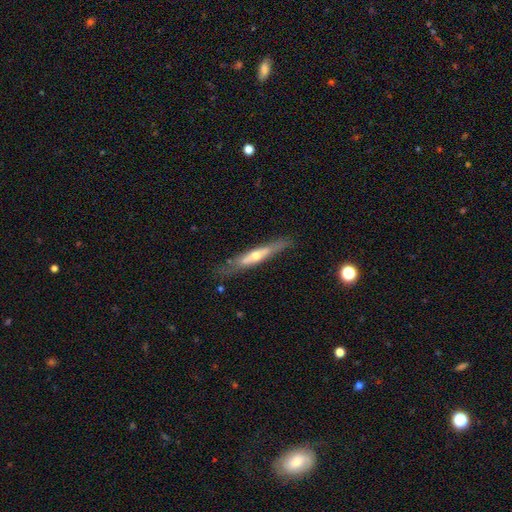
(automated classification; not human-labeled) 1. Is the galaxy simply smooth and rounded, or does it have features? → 61% featured or disk, 33% smooth, 6% star or artifact.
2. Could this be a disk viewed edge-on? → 84% yes, 16% no.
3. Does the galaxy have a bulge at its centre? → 74% rounded, 20% none, 6% boxy.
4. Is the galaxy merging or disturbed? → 73% none, 19% minor disturbance, 5% major disturbance, 3% merger.